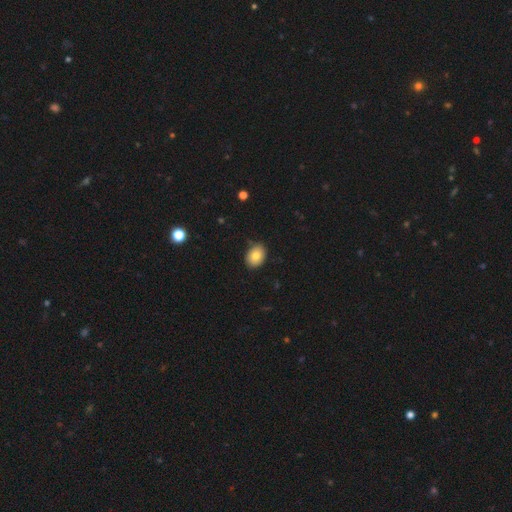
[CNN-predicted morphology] This appears to be a smooth galaxy with no disk features (81%) that is in between round and cigar-shaped (66%). Merging: none (83%).